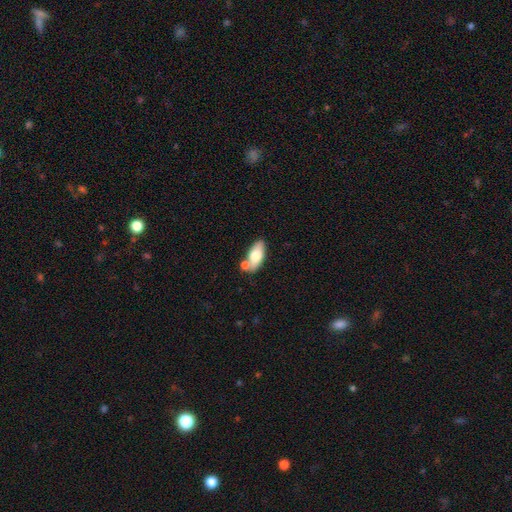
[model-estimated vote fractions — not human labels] Smooth or featured?
  - smooth: 70% *
  - featured or disk: 24%
  - star or artifact: 6%
How rounded?
  - in between: 87% *
  - cigar-shaped: 10%
  - round: 3%
Merging?
  - none: 63% *
  - merger: 19%
  - minor disturbance: 14%
  - major disturbance: 4%